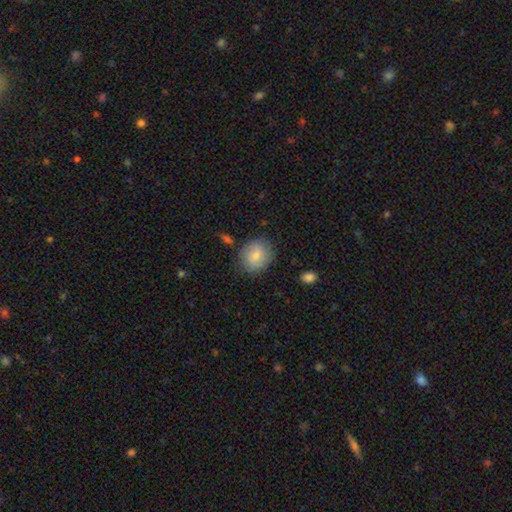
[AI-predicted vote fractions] Smooth or featured?
  - smooth: 80% *
  - featured or disk: 13%
  - star or artifact: 7%
How rounded?
  - round: 71% *
  - in between: 28%
  - cigar-shaped: 1%
Merging?
  - none: 79% *
  - minor disturbance: 15%
  - major disturbance: 4%
  - merger: 3%